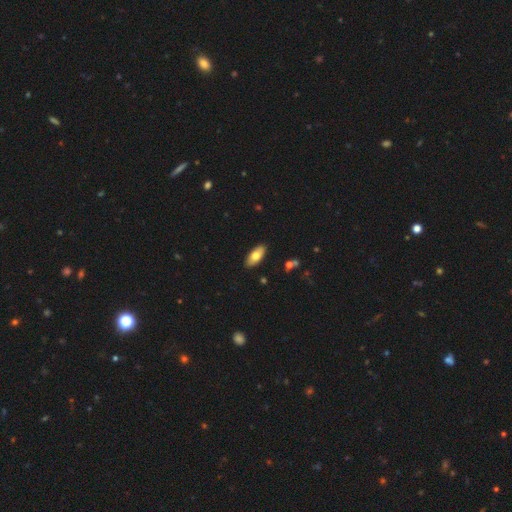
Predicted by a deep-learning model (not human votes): A smooth galaxy with no disk features (72%) that is in between round and cigar-shaped (85%).

Vote fractions:
- Smooth or featured? smooth: 72% / featured or disk: 22% / star or artifact: 6%
- How rounded? in between: 85% / cigar-shaped: 12% / round: 2%
- Merging? none: 89% / minor disturbance: 8% / major disturbance: 2% / merger: 1%